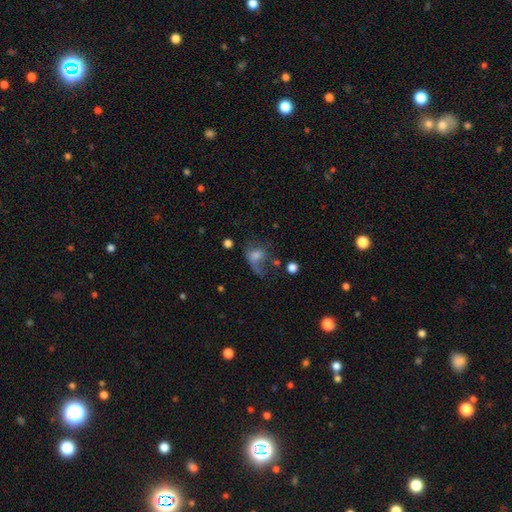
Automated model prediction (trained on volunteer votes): The model was most divided on "smooth or featured": smooth: 57%, featured or disk: 30%, star or artifact: 13%. More confident: how rounded — in between (63%); merging — major disturbance (51%).